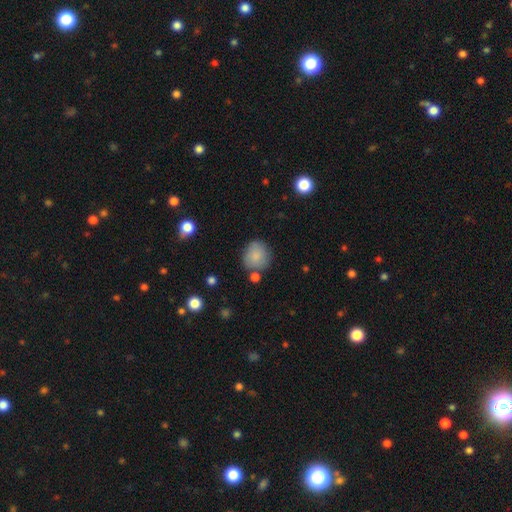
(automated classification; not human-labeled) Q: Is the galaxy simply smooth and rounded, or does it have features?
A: smooth — 84%.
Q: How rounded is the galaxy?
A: round — 84%.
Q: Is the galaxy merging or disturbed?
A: none — 71%.